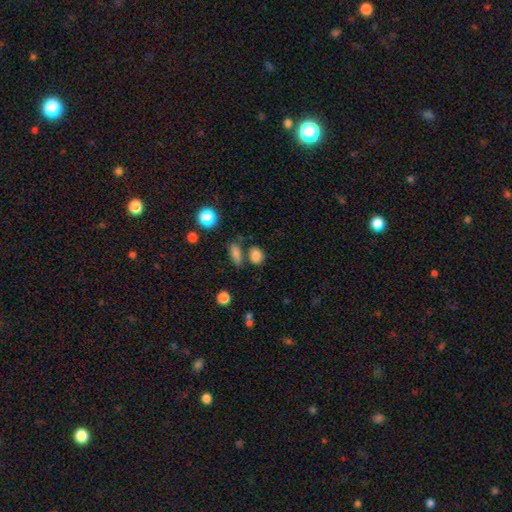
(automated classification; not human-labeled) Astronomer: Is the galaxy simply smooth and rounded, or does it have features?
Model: smooth — 83%.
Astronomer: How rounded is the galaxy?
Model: in between — 57% (runner-up: round, 41%).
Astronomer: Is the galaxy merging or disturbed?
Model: none — 68%.